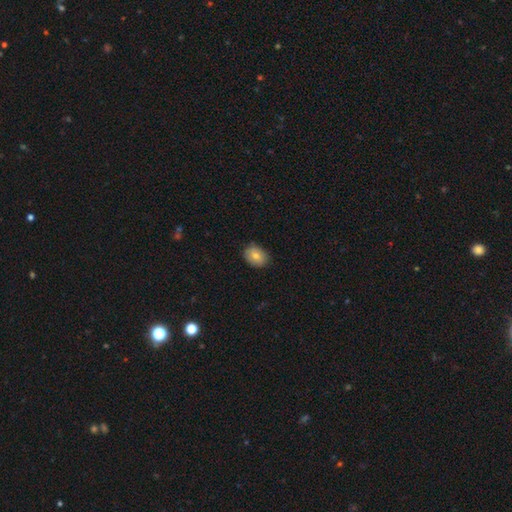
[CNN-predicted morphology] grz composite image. It shows a smooth galaxy with no disk features (74%) that is in between round and cigar-shaped (64%). Merging: none (80%).